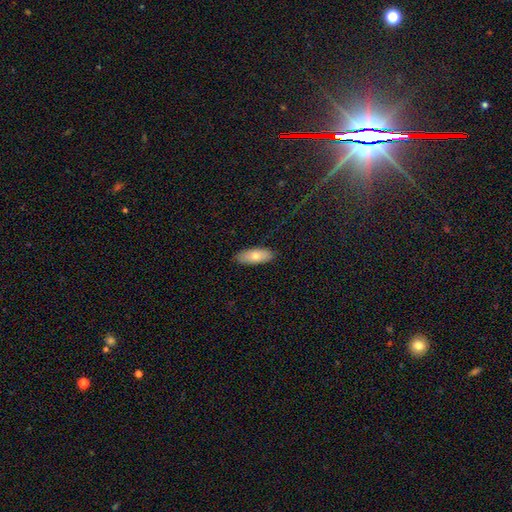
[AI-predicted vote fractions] smooth 73%, featured or disk 20%, star or artifact 7%. Down the decision tree: how rounded — in between (78%); merging — none (88%).